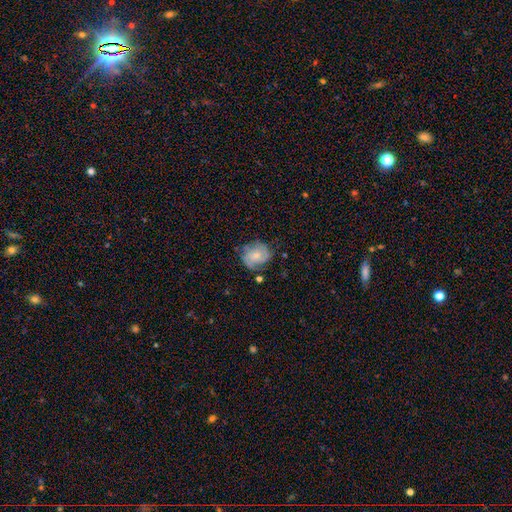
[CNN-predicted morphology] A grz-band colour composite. It shows a smooth galaxy with no disk features (47%). Merging: none (61%).